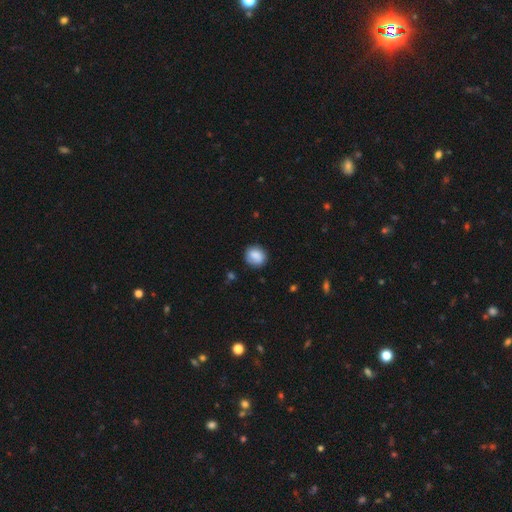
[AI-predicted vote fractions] Morphology: type=smooth (83%); roundness=round (75%); merging=none (79%).